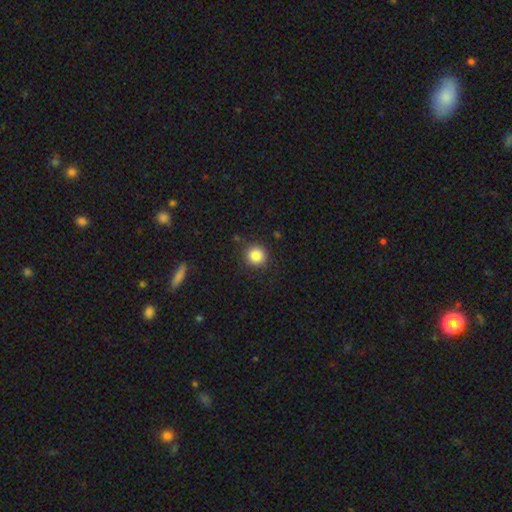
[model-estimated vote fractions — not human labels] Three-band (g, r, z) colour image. It shows a smooth galaxy with no disk features (86%) that is round (92%). Merging: none (87%).